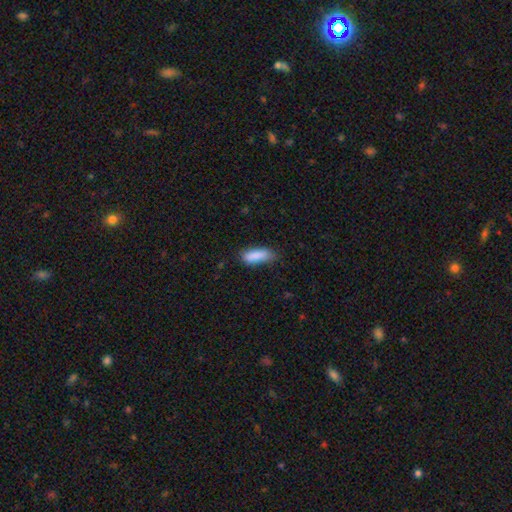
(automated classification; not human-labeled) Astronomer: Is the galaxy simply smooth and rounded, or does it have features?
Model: smooth — 87%.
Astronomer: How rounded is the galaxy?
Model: in between — 64%.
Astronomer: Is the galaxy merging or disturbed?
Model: none — 66%.